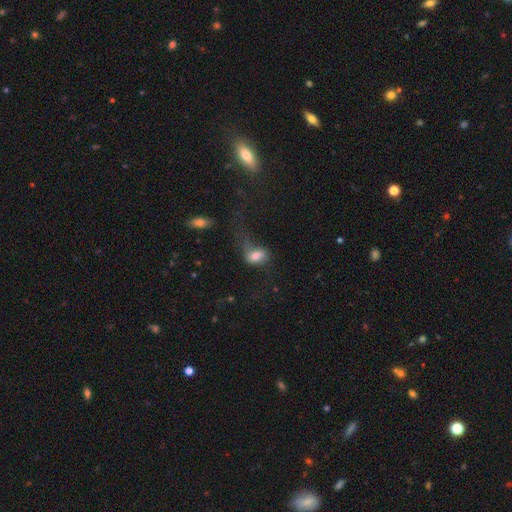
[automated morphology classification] Smooth or featured?
  - smooth: 66% *
  - featured or disk: 24%
  - star or artifact: 10%
How rounded?
  - in between: 82% *
  - round: 14%
  - cigar-shaped: 4%
Merging?
  - major disturbance: 47% *
  - none: 26%
  - minor disturbance: 20%
  - merger: 8%